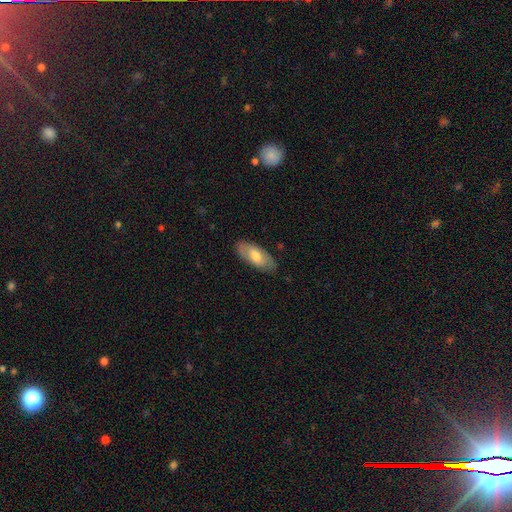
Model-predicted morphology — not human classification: Smooth or featured? Predicted: smooth (p=0.63). How rounded? Predicted: in between (p=0.85). Merging? Predicted: none (p=0.83).